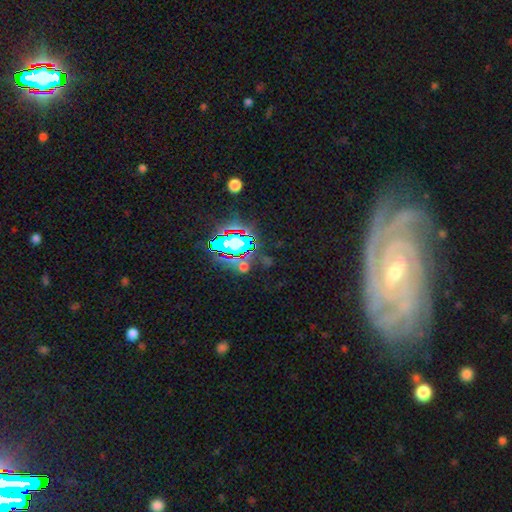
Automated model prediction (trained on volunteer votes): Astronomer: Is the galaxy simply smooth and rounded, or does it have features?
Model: featured or disk — 72%.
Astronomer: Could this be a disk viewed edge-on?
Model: no — 92%.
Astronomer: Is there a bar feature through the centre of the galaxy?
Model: no — 40% (runner-up: weak, 34%).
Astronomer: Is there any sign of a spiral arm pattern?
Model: yes — 96%.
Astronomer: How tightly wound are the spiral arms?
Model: tight — 80%.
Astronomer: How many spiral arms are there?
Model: can't tell — 24% (runner-up: 3, 22%).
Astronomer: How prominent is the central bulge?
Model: small — 68%.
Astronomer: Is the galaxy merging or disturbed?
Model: none — 78%.